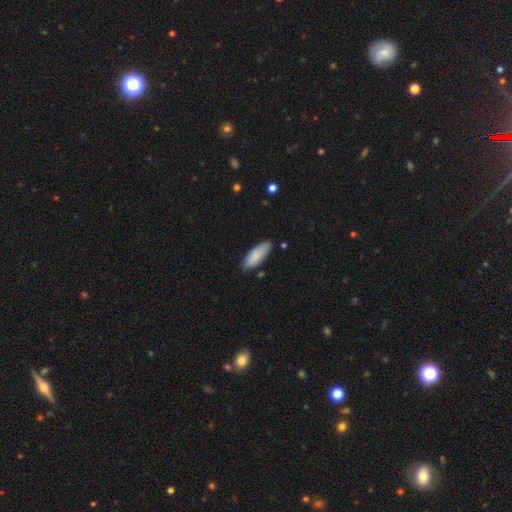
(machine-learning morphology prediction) This is clearly a smooth galaxy (86%). How rounded: likely in between (72%). Merging: clearly none (80%).